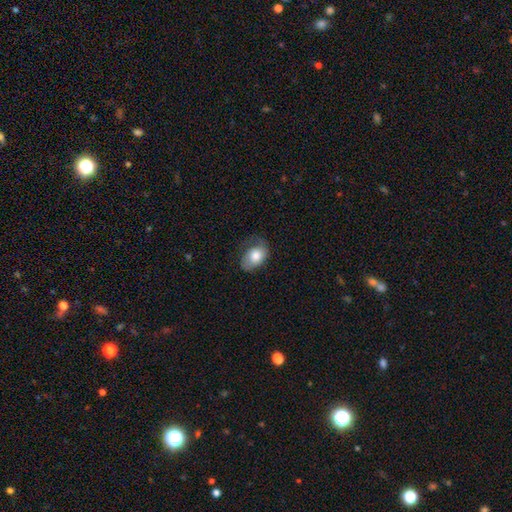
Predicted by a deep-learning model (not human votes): smooth_or_featured: smooth (p=0.72) [alt: featured or disk p=0.21]
how_rounded: in between (p=0.82) [alt: round p=0.17]
merging: none (p=0.46) [alt: minor disturbance p=0.32]